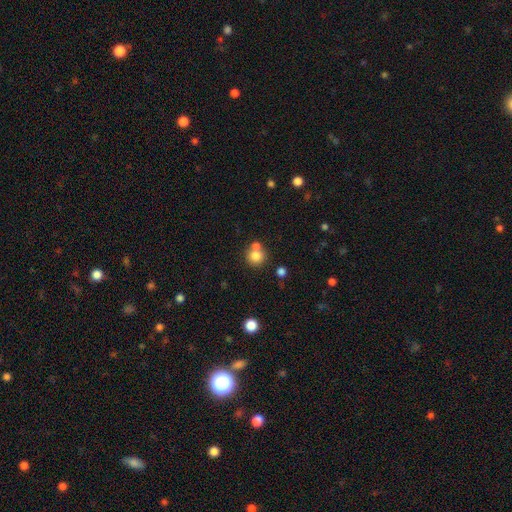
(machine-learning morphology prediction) This appears to be a smooth galaxy with no disk features (79%) that is round (90%). Merging: none (57%).